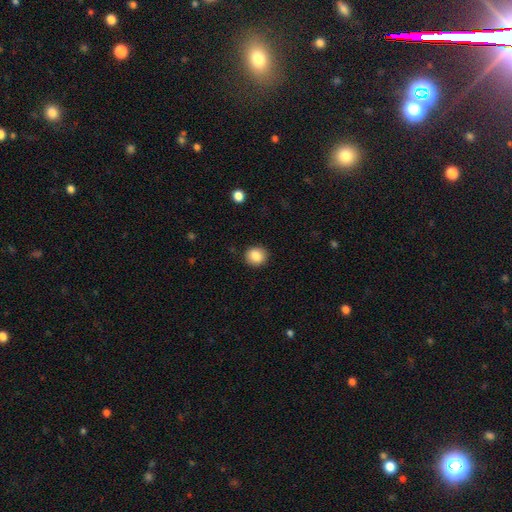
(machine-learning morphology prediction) type=smooth (86%); roundness=round (84%); merging=none (89%).